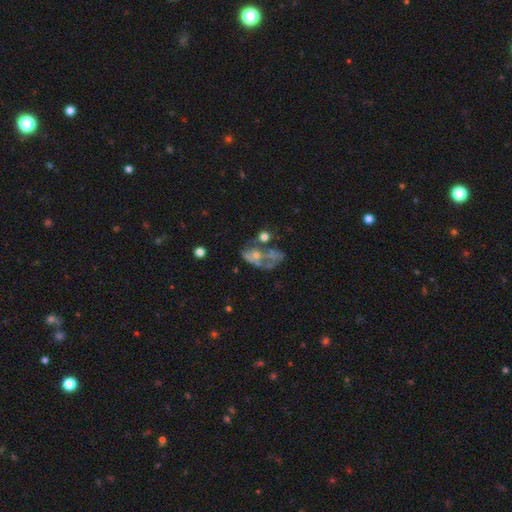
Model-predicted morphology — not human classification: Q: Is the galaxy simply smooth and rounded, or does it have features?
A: featured or disk — 56%.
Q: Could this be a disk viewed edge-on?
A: no — 97%.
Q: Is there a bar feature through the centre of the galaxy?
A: no — 88%.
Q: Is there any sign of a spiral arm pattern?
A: no — 77%.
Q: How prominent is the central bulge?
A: small — 39%.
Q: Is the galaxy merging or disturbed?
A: major disturbance — 33%.